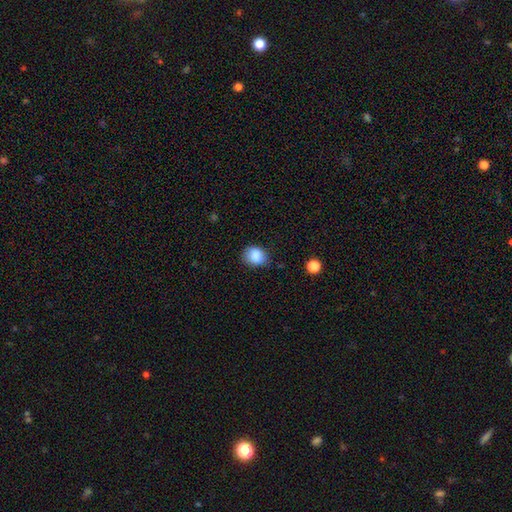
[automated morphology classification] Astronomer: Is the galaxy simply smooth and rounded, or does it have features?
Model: smooth — 86%.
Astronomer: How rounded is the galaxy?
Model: round — 54% (runner-up: in between, 45%).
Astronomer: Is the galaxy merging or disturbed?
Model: none — 68%.